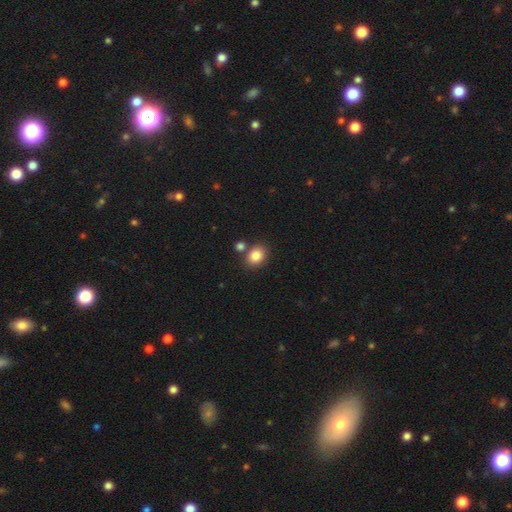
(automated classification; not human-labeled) This appears to be a smooth galaxy with no disk features (84%) that is round (52%). Merging: none (70%).